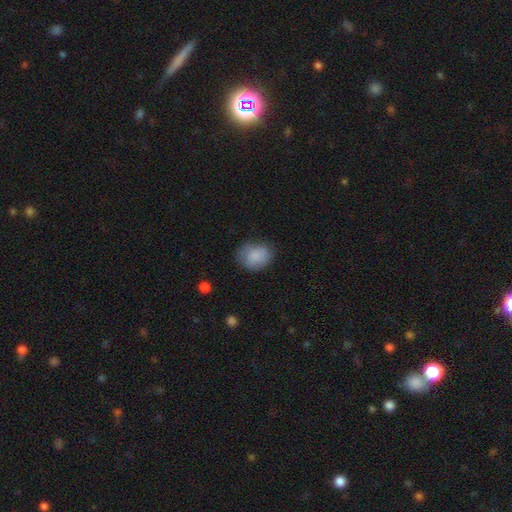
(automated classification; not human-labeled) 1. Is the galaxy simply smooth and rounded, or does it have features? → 85% smooth, 7% featured or disk, 7% star or artifact.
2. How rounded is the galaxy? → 54% round, 45% in between, 1% cigar-shaped.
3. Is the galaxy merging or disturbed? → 70% none, 22% minor disturbance, 6% major disturbance, 1% merger.